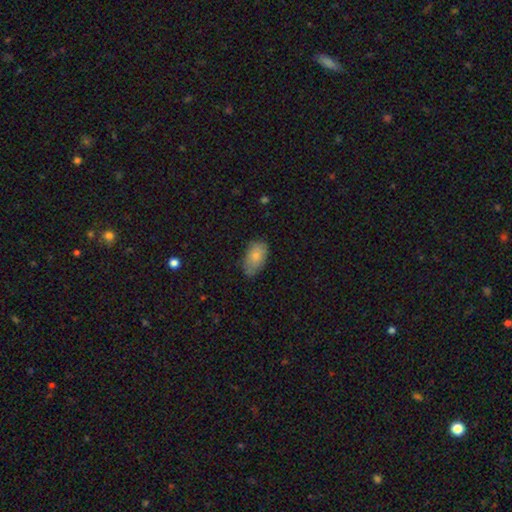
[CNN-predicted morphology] smooth-or-featured: smooth: 80% | featured or disk: 13% | star or artifact: 7%
  how-rounded: in between: 92% | round: 6% | cigar-shaped: 2%
  merging: none: 68% | minor disturbance: 25% | major disturbance: 5% | merger: 2%